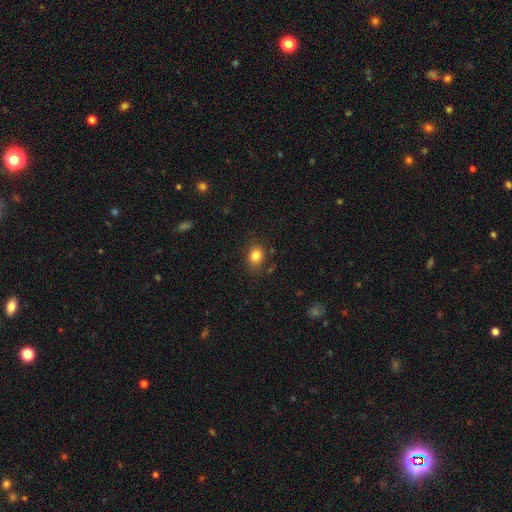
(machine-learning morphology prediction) The model was most divided on "how rounded": in between: 50%, round: 49%, cigar-shaped: 1%. More confident: smooth or featured — smooth (83%); merging — none (82%).